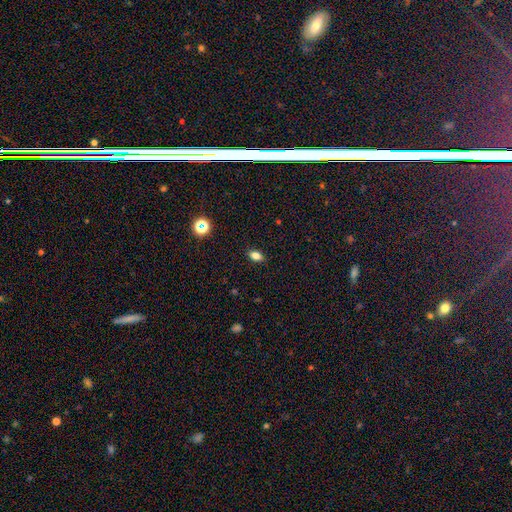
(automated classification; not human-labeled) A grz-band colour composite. It shows a smooth galaxy with no disk features (79%) that is in between round and cigar-shaped (83%). Merging: none (88%).